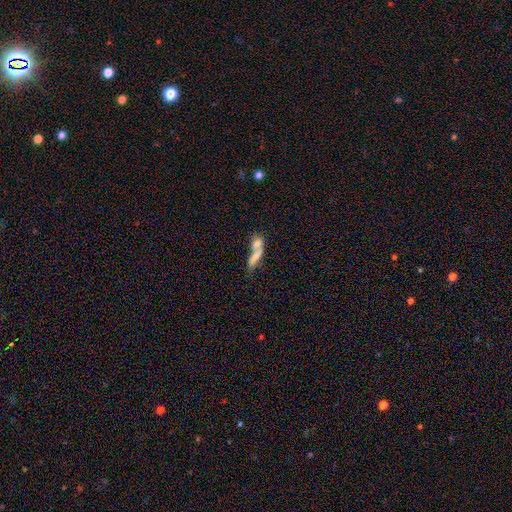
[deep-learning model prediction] Q: Smooth or featured?
A: smooth (60%); runner-up: featured or disk (29%)
Q: How rounded?
A: cigar-shaped (49%); runner-up: in between (44%)
Q: Merging?
A: merger (62%); runner-up: none (19%)